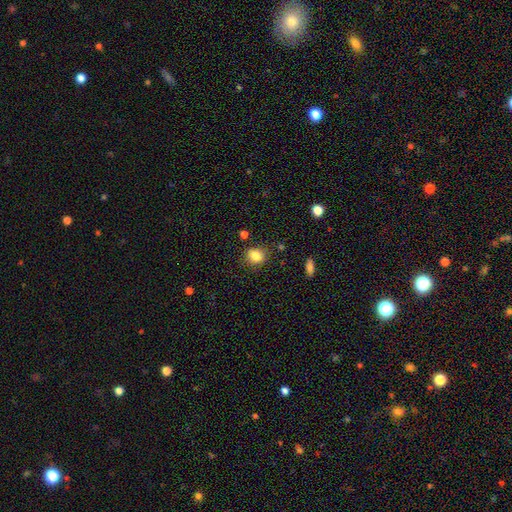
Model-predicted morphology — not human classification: Q: Smooth or featured?
A: smooth (84%); runner-up: star or artifact (10%)
Q: How rounded?
A: round (62%); runner-up: in between (37%)
Q: Merging?
A: none (82%); runner-up: minor disturbance (12%)